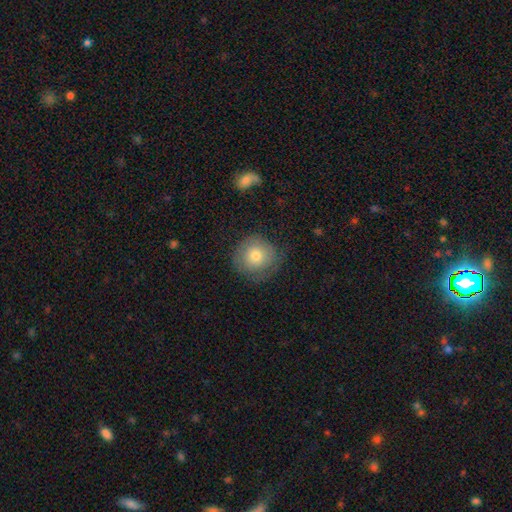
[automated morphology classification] A smooth galaxy with no disk features (71%) that is round (91%). Merging: none (72%).